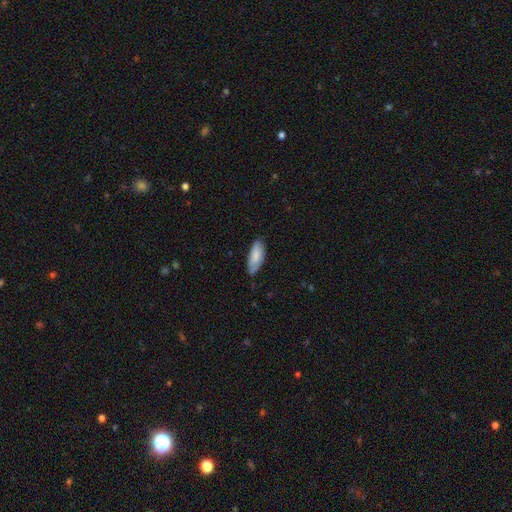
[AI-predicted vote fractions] Overall: smooth (81%). How rounded: in between (78%). Merging: none (75%).